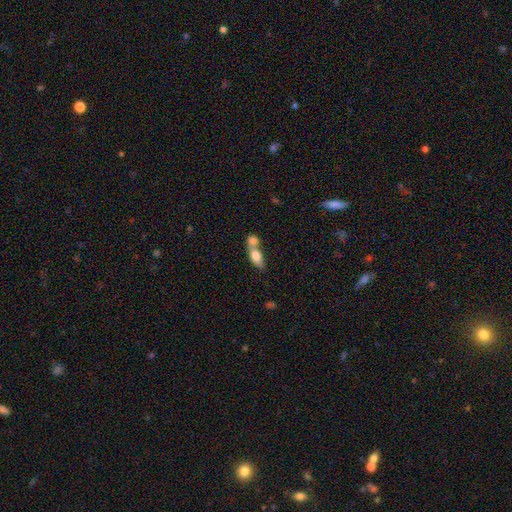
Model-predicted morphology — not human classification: This appears to be a smooth galaxy with no disk features (72%) that is in between round and cigar-shaped (73%). Merging: merger (69%).